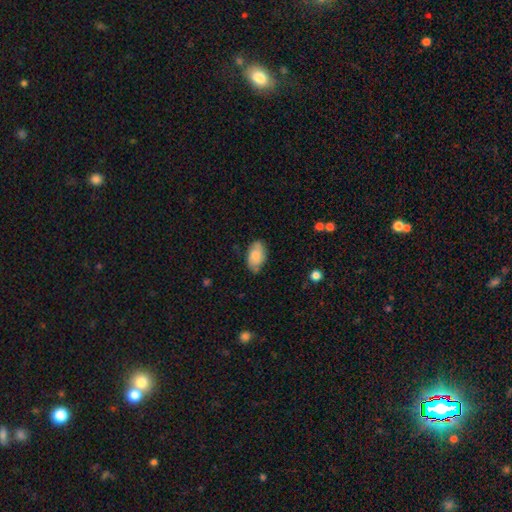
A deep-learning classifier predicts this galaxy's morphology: Smooth or featured? Predicted: smooth (p=0.70). How rounded? Predicted: in between (p=0.93). Merging? Predicted: none (p=0.73).